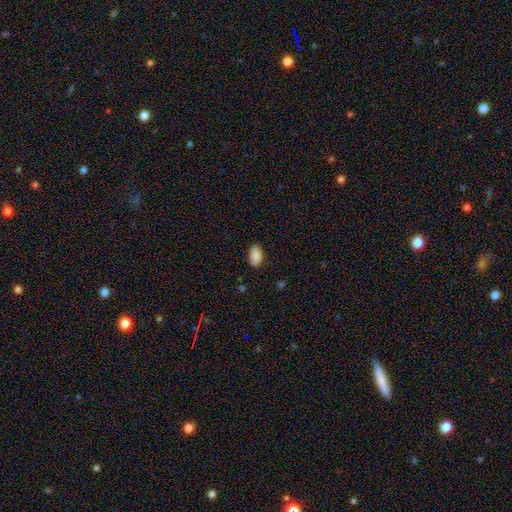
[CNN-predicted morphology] Smooth or featured? Predicted: smooth (p=0.88). How rounded? Predicted: in between (p=0.93). Merging? Predicted: none (p=0.80).